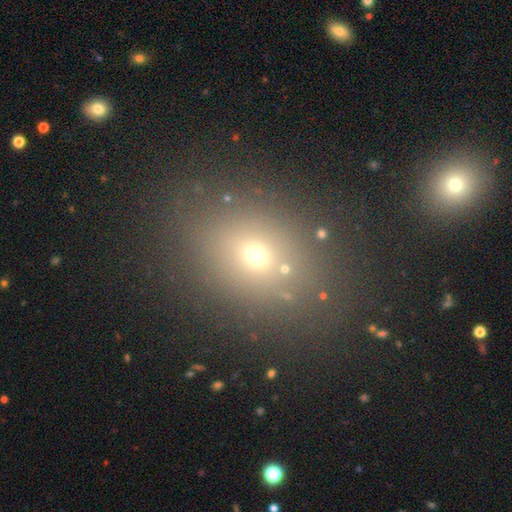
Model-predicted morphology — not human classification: Overall: smooth (61%; star or artifact 26%). How rounded: in between (52%; round 46%). Merging: none (80%).